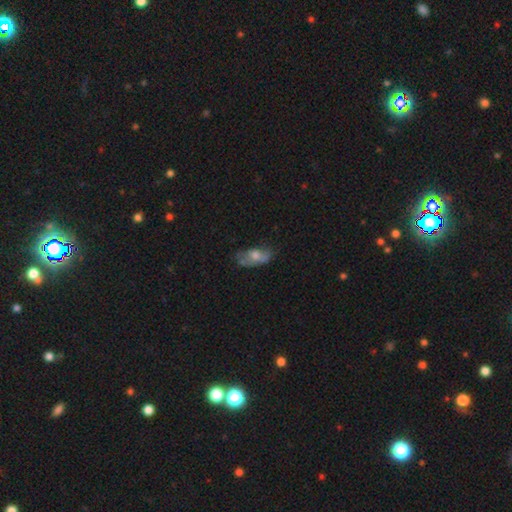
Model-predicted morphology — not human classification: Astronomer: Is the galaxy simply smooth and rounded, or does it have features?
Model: smooth — 46% (runner-up: featured or disk, 44%).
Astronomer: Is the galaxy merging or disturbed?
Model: none — 52% (runner-up: minor disturbance, 29%).